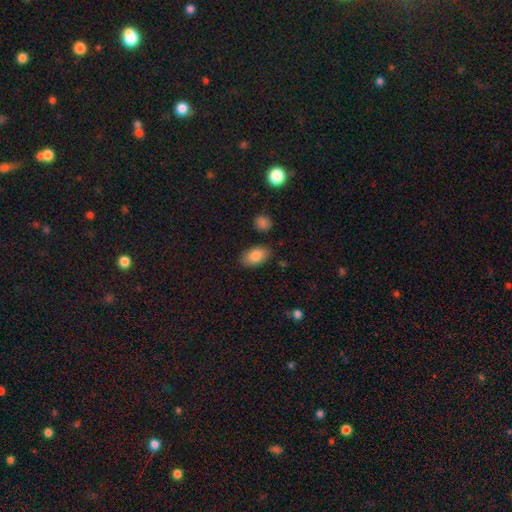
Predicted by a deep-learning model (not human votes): Smooth or featured? smooth (83%)
How rounded? in between (93%)
Merging? none (85%)